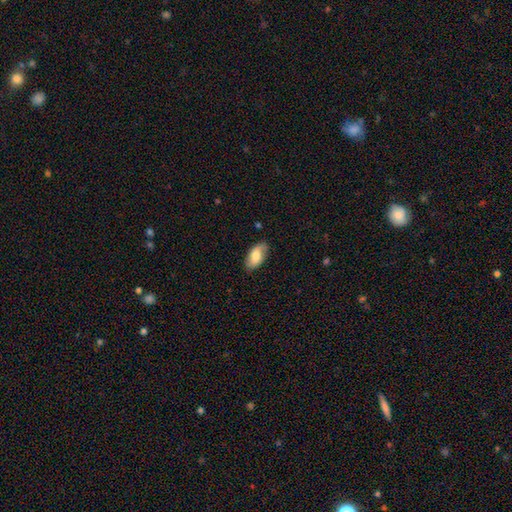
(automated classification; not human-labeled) Smooth or featured? smooth (64%)
How rounded? in between (92%)
Merging? none (83%)